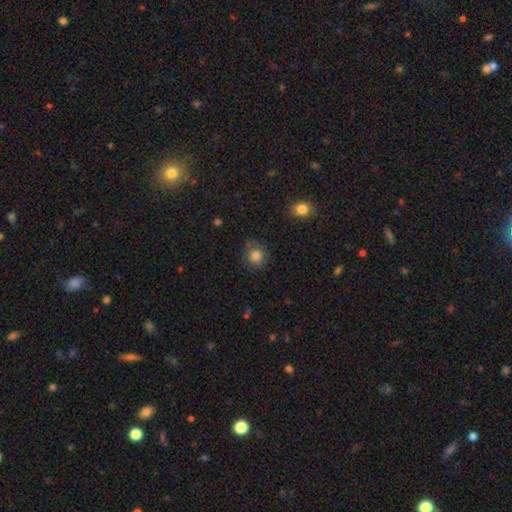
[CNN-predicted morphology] This appears to be a smooth galaxy with no disk features (82%) that is round (86%). Merging: none (77%).